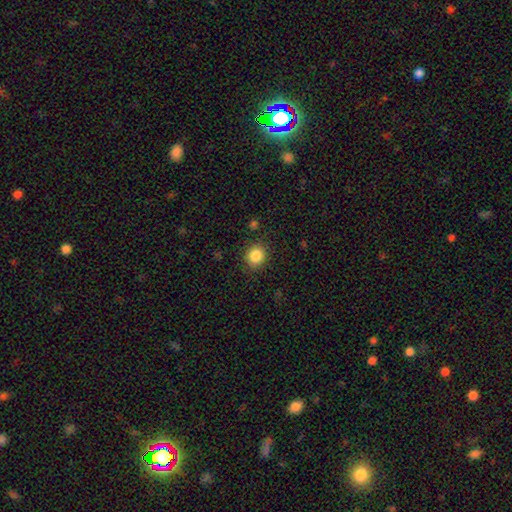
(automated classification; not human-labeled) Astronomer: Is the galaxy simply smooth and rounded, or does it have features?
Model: smooth — 85%.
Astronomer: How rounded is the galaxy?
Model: round — 84%.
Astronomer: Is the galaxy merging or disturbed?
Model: none — 87%.